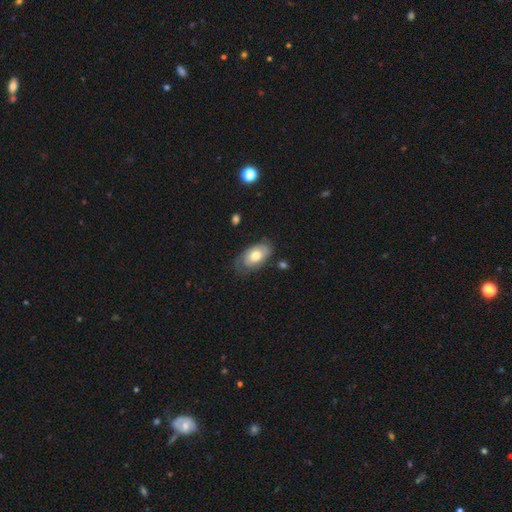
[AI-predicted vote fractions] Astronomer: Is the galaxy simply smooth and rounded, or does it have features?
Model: smooth — 50% (runner-up: featured or disk, 44%).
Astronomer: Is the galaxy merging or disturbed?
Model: none — 62%.